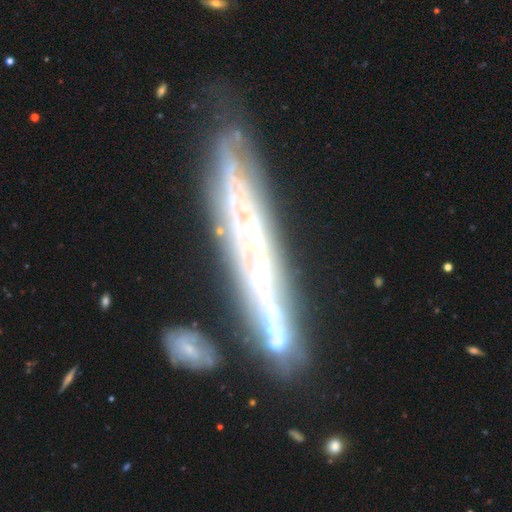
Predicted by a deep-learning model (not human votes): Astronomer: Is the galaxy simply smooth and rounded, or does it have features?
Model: featured or disk — 75%.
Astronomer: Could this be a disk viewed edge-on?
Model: yes — 72%.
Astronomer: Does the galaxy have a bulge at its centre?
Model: none — 80%.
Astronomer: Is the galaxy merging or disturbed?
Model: none — 65%.